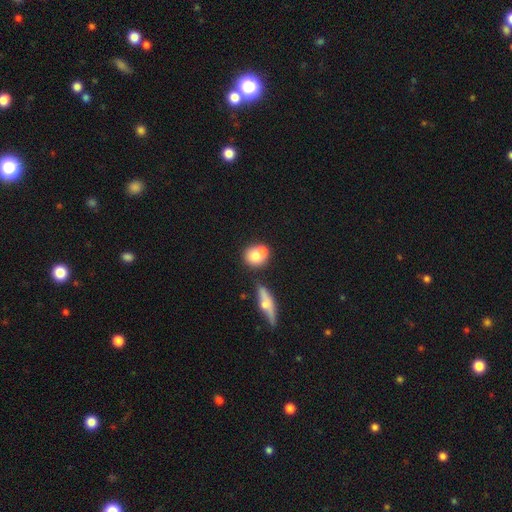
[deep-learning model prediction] Smooth or featured? smooth (69%)
How rounded? round (79%)
Merging? merger (46%)